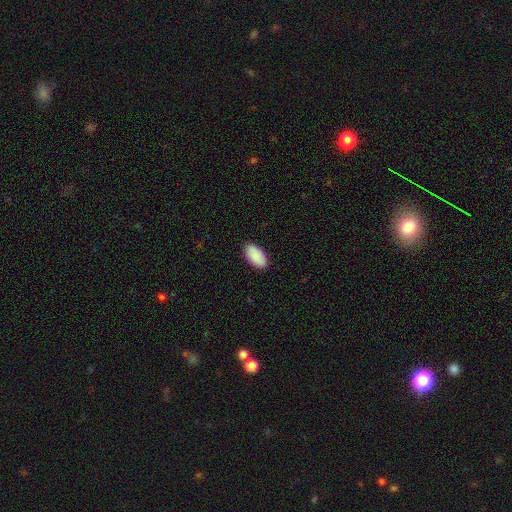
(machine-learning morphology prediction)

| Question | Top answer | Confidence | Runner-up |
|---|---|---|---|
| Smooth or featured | smooth | 89% | star or artifact (6%) |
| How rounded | in between | 96% | round (2%) |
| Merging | none | 88% | minor disturbance (9%) |